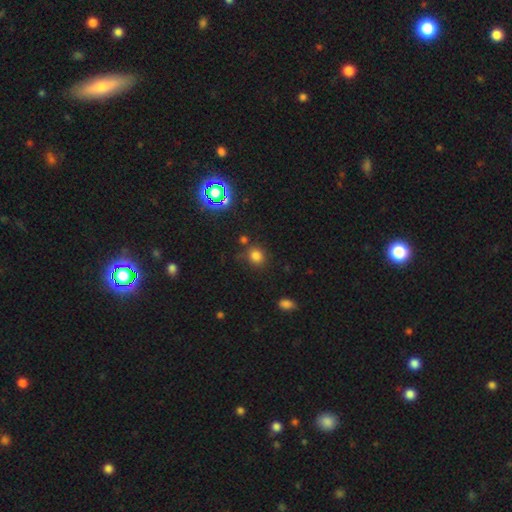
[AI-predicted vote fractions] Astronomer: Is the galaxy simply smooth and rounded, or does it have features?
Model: smooth — 76%.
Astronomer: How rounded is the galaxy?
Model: round — 80%.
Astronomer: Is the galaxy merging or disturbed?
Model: none — 77%.